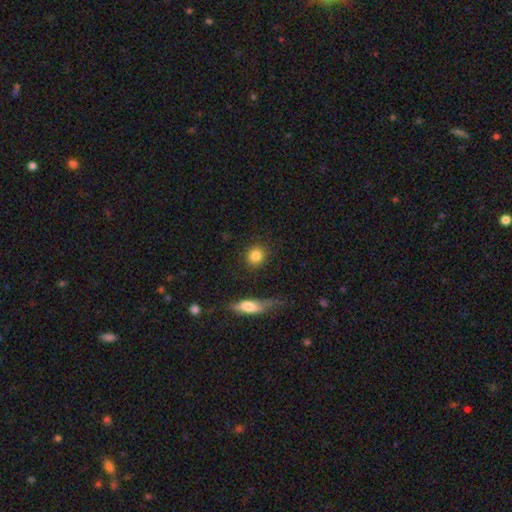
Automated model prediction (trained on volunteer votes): smooth 85%, star or artifact 8%, featured or disk 7%. Down the decision tree: how rounded — round (83%); merging — none (86%).